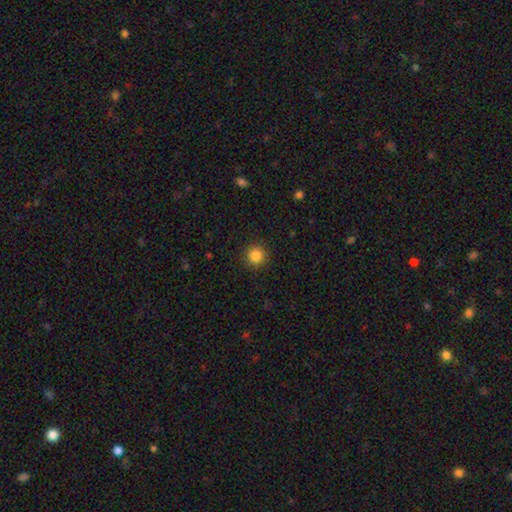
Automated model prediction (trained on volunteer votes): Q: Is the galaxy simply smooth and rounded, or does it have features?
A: smooth — 84%.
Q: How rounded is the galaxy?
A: round — 95%.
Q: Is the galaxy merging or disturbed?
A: none — 91%.